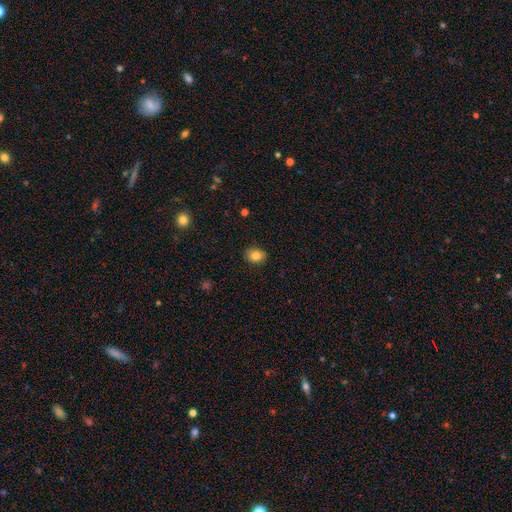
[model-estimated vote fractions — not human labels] Smooth or featured? Predicted: smooth (p=0.82). How rounded? Predicted: in between (p=0.57). Merging? Predicted: none (p=0.88).